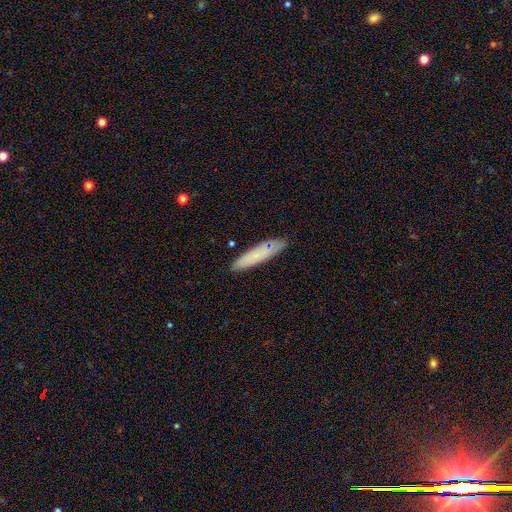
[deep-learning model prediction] A smooth galaxy with no disk features (71%) that is cigar-shaped (82%). Merging: none (84%).